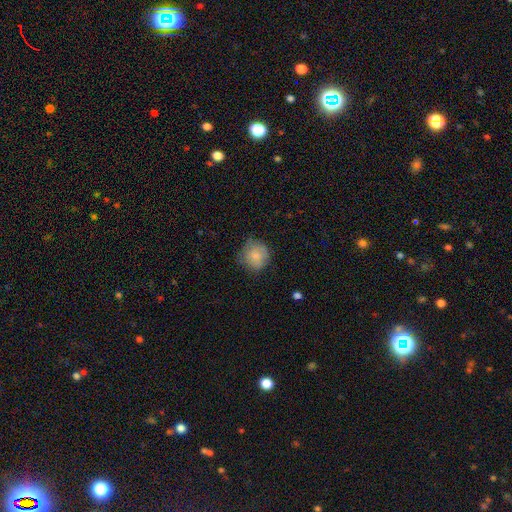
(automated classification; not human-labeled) smooth_or_featured: smooth (p=0.80) [alt: featured or disk p=0.12]
how_rounded: round (p=0.88) [alt: in between p=0.11]
merging: none (p=0.68) [alt: minor disturbance p=0.24]